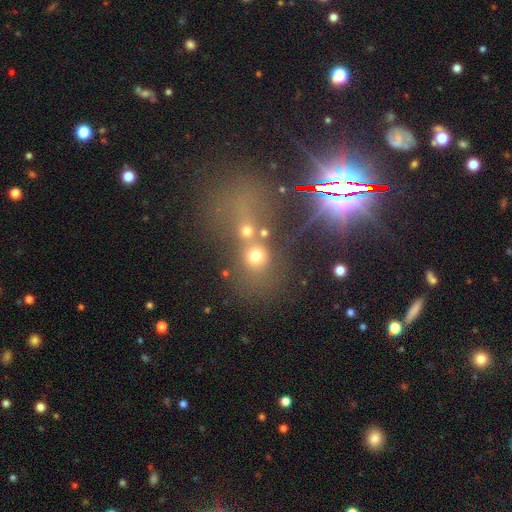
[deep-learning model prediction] Smooth or featured: smooth — 59% (star or artifact — 25%)
How rounded: round — 70% (in between — 27%)
Merging: merger — 50% (none — 31%)